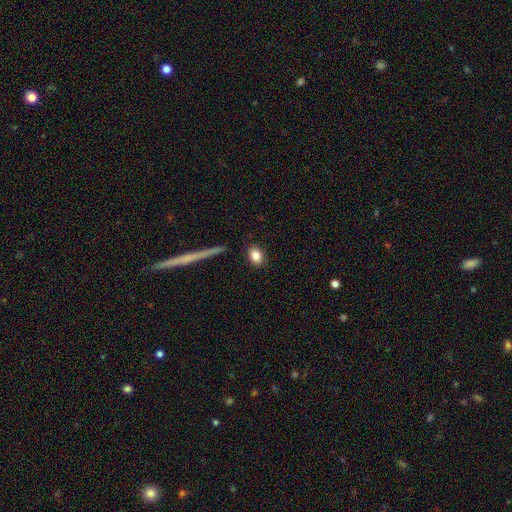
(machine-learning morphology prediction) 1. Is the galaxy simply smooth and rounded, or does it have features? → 83% smooth, 9% featured or disk, 8% star or artifact.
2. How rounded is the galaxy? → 75% in between, 22% round, 3% cigar-shaped.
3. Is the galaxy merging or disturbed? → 87% none, 9% minor disturbance, 2% major disturbance, 2% merger.